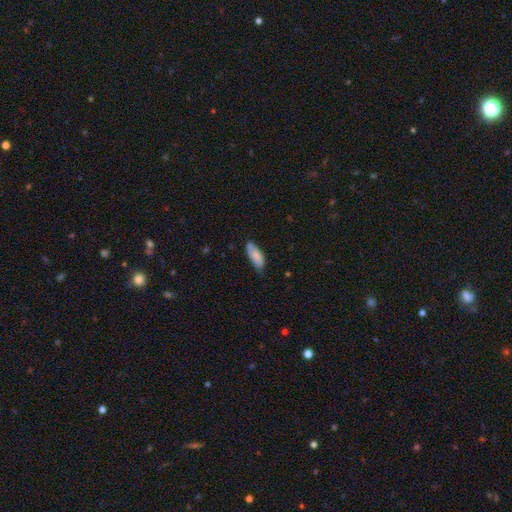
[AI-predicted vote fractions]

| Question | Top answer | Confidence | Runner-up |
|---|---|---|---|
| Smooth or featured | smooth | 80% | featured or disk (13%) |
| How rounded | in between | 80% | cigar-shaped (18%) |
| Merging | none | 65% | minor disturbance (29%) |